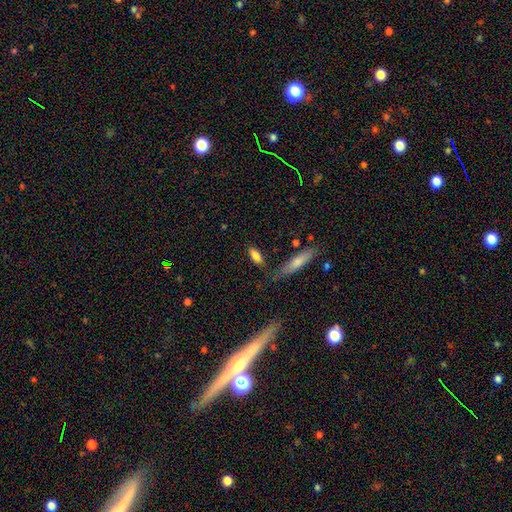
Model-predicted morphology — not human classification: Smooth or featured?
  - smooth: 82% *
  - featured or disk: 10%
  - star or artifact: 8%
How rounded?
  - in between: 70% *
  - cigar-shaped: 27%
  - round: 3%
Merging?
  - none: 73% *
  - minor disturbance: 15%
  - merger: 6%
  - major disturbance: 5%